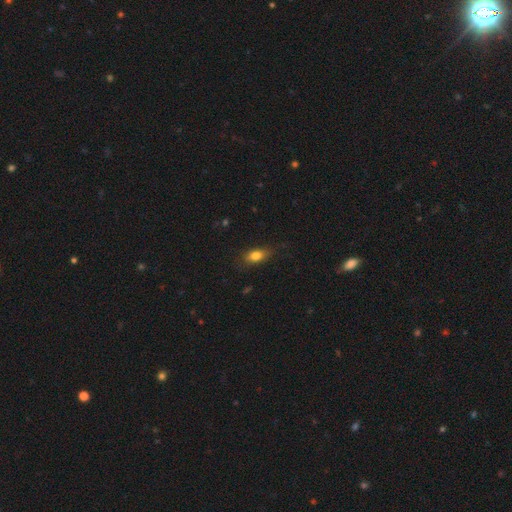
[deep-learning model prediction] A smooth galaxy with no disk features (79%) that is in between round and cigar-shaped (78%). Merging: none (76%).